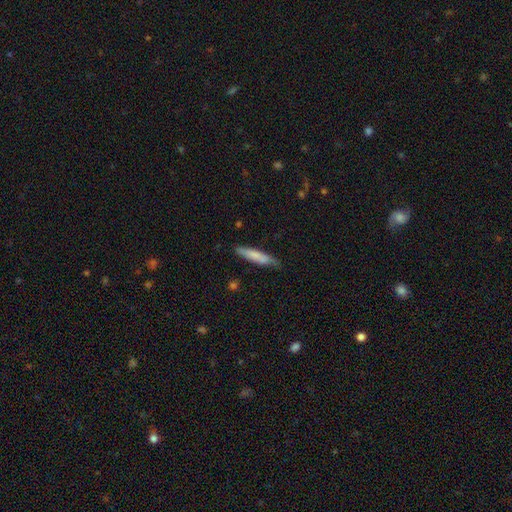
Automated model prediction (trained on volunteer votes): Smooth or featured? smooth (72%)
How rounded? cigar-shaped (86%)
Merging? none (72%)